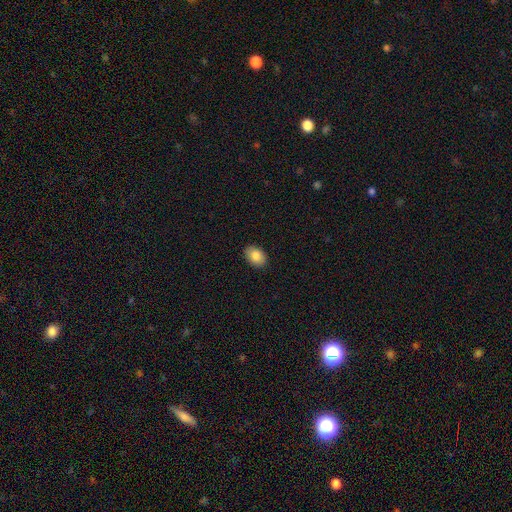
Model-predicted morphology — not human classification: smooth_or_featured: smooth (p=0.85) [alt: featured or disk p=0.07]
how_rounded: in between (p=0.78) [alt: round p=0.21]
merging: none (p=0.90) [alt: minor disturbance p=0.08]